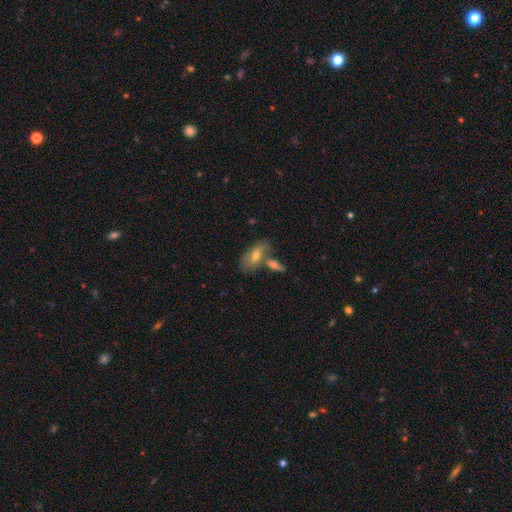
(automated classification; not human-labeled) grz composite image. It shows a smooth galaxy with no disk features (63%) that is in between round and cigar-shaped (86%). Merging: none (45%).